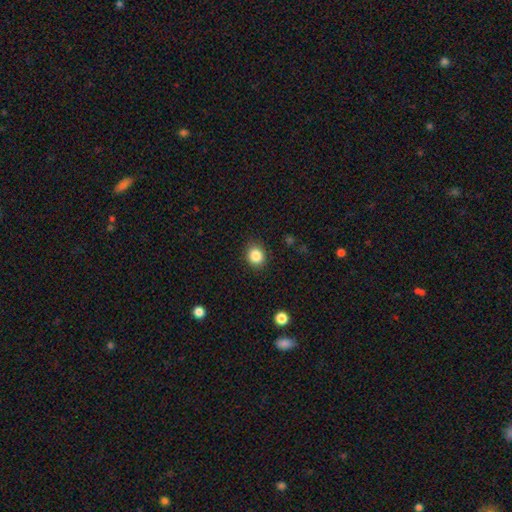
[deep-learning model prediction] A smooth galaxy with no disk features (85%) that is round (79%).

Vote fractions:
- Smooth or featured? smooth: 85% / star or artifact: 10% / featured or disk: 4%
- How rounded? round: 79% / in between: 20% / cigar-shaped: 1%
- Merging? none: 89% / minor disturbance: 8% / major disturbance: 2% / merger: 1%